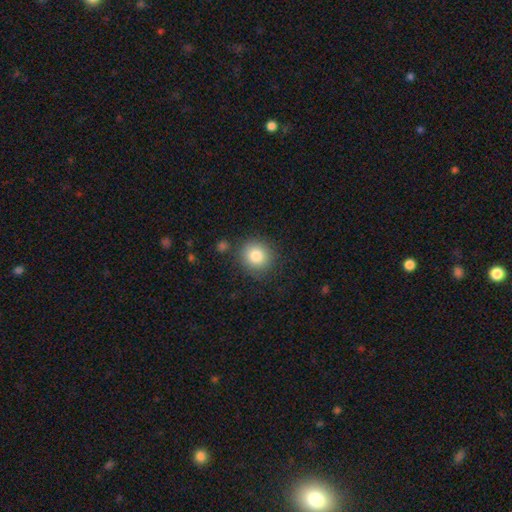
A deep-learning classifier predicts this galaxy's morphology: Smooth or featured: smooth — 83% (star or artifact — 10%)
How rounded: round — 89% (in between — 10%)
Merging: none — 85% (minor disturbance — 9%)